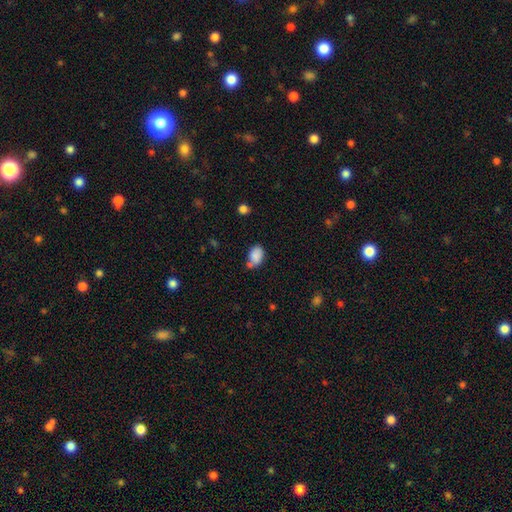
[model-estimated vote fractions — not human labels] smooth_or_featured: smooth (p=0.85) [alt: star or artifact p=0.09]
how_rounded: in between (p=0.82) [alt: round p=0.16]
merging: none (p=0.50) [alt: minor disturbance p=0.24]